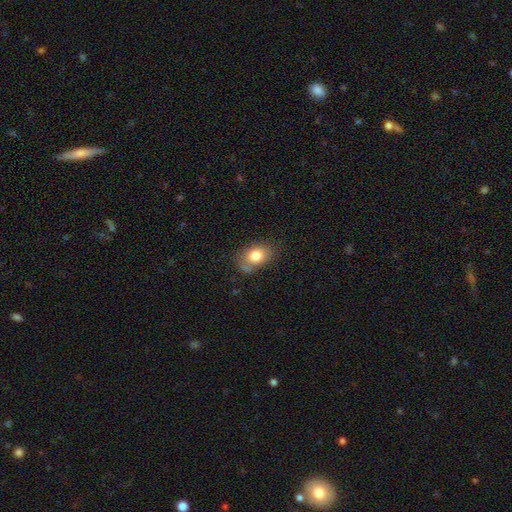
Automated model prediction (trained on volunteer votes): The model was most divided on "merging": none: 62%, minor disturbance: 25%, major disturbance: 8%, merger: 5%. More confident: smooth or featured — smooth (79%); how rounded — in between (78%).